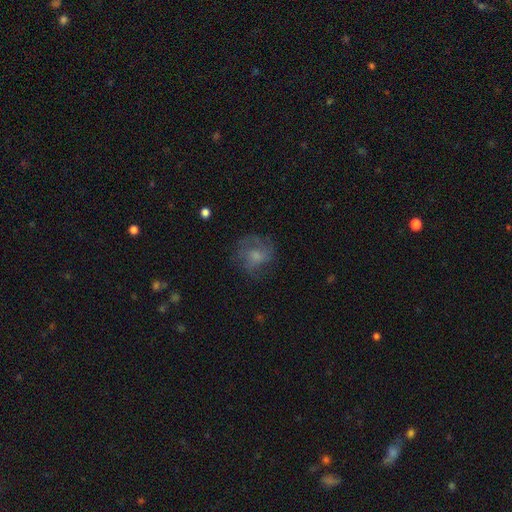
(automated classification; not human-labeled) This appears to be a smooth galaxy with no disk features (46%). Merging: none (59%).